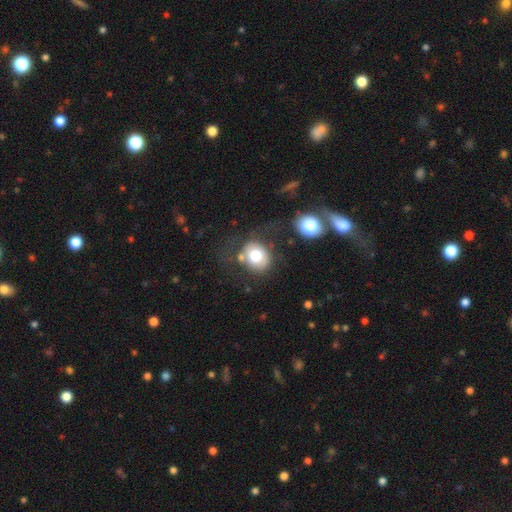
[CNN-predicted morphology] The model was most divided on "how rounded": round: 65%, in between: 34%, cigar-shaped: 1%. More confident: smooth or featured — smooth (72%); merging — none (57%).